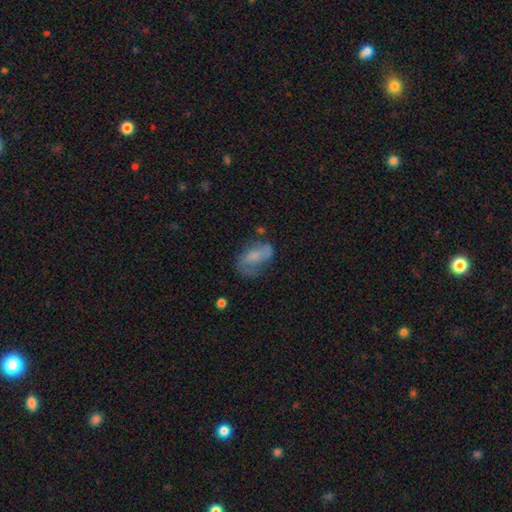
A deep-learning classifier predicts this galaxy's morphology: type=smooth (50%); roundness=in between (87%); merging=none (42%).